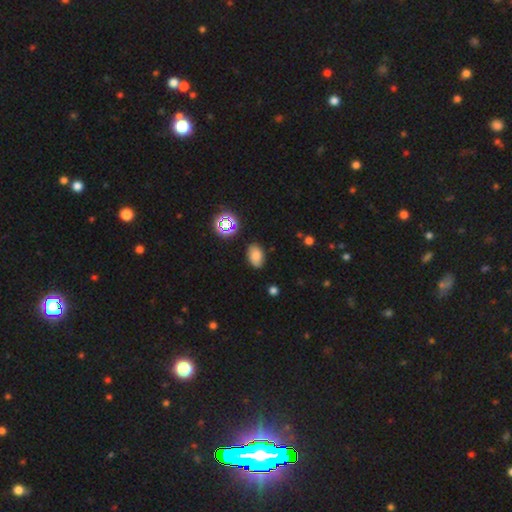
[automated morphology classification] This appears to be a smooth galaxy with no disk features (76%) that is in between round and cigar-shaped (86%). Merging: none (82%).